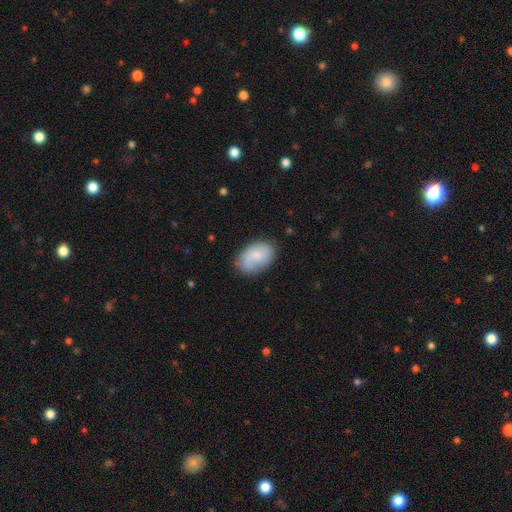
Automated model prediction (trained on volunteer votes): Morphology: type=smooth (65%); roundness=in between (85%); merging=none (71%).